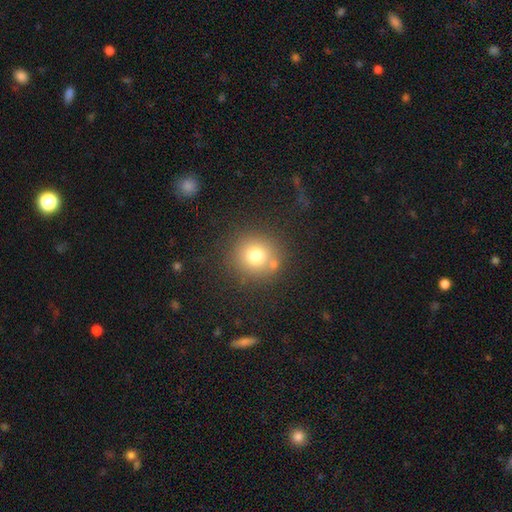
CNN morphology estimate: smooth_or_featured: smooth (p=0.74) [alt: star or artifact p=0.14]
how_rounded: round (p=0.91) [alt: in between p=0.08]
merging: none (p=0.78) [alt: minor disturbance p=0.10]